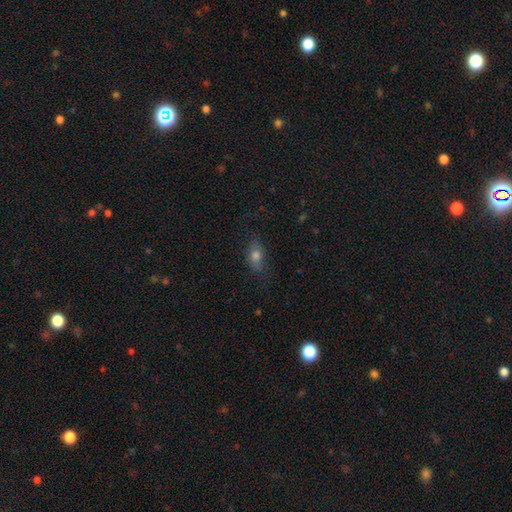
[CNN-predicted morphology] type=smooth (64%); roundness=in between (72%); merging=none (71%).